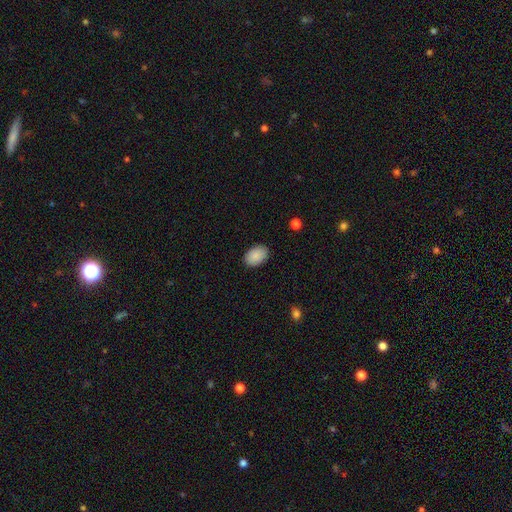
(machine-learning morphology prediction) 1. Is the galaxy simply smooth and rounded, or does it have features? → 89% smooth, 7% star or artifact, 4% featured or disk.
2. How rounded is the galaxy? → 86% in between, 13% round, 1% cigar-shaped.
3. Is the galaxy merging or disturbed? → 88% none, 9% minor disturbance, 2% major disturbance, 1% merger.